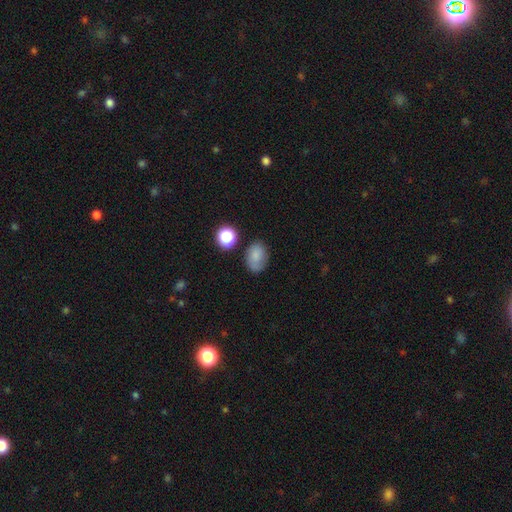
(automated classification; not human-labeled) Smooth or featured?
  - smooth: 77% *
  - featured or disk: 12%
  - star or artifact: 11%
How rounded?
  - in between: 79% *
  - round: 20%
  - cigar-shaped: 1%
Merging?
  - none: 67% *
  - minor disturbance: 22%
  - major disturbance: 6%
  - merger: 5%